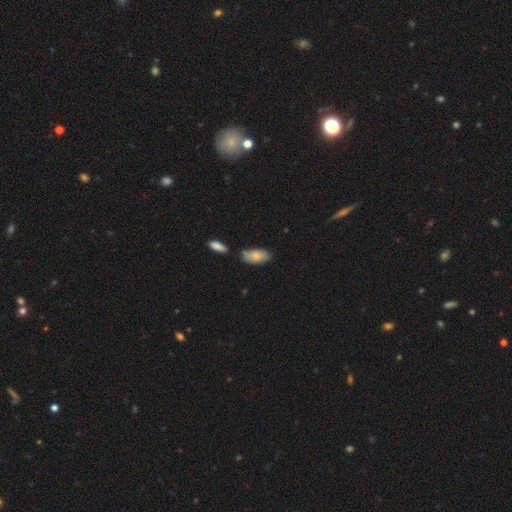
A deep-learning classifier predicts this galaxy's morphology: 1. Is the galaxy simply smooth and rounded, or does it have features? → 79% smooth, 15% featured or disk, 7% star or artifact.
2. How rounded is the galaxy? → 91% in between, 7% cigar-shaped, 3% round.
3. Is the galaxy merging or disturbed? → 57% none, 25% minor disturbance, 13% merger, 5% major disturbance.